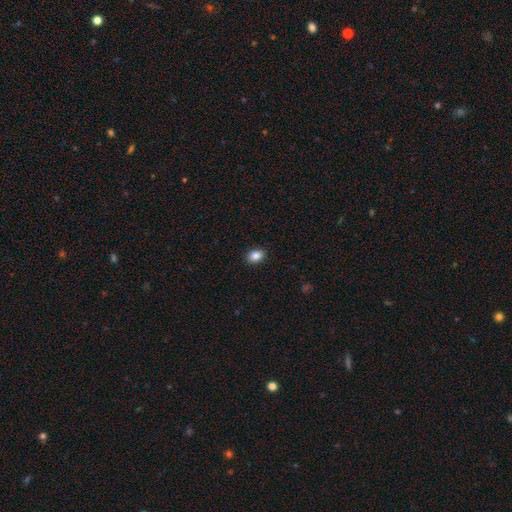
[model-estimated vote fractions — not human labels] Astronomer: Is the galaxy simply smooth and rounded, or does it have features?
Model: smooth — 87%.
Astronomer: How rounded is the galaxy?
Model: in between — 73%.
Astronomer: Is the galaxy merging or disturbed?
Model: none — 89%.